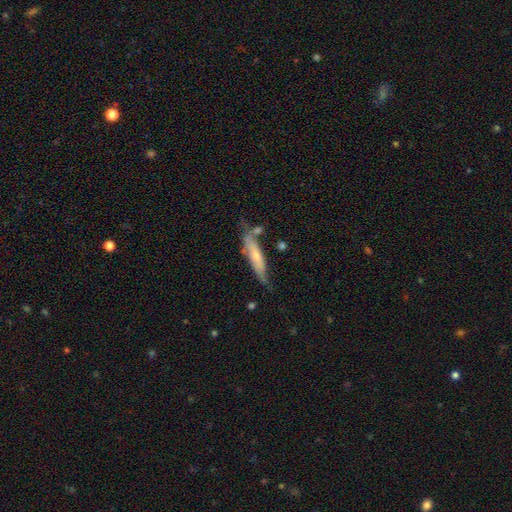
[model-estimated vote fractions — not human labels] Smooth or featured?
  - smooth: 50% *
  - featured or disk: 44%
  - star or artifact: 6%
Merging?
  - none: 50% *
  - minor disturbance: 29%
  - merger: 11%
  - major disturbance: 10%